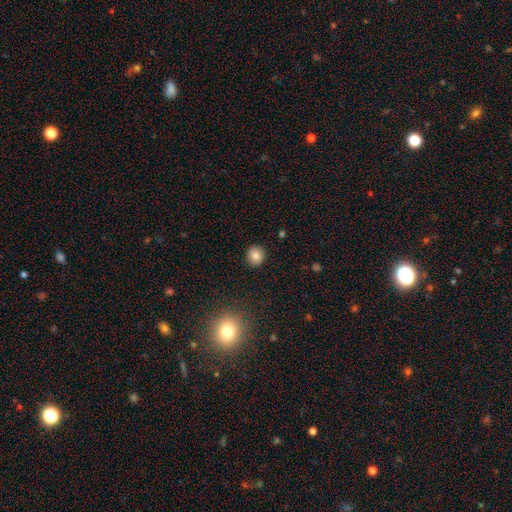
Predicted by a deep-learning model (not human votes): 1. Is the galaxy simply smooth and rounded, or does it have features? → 83% smooth, 11% star or artifact, 6% featured or disk.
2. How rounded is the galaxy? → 88% round, 11% in between, 1% cigar-shaped.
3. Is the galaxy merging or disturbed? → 91% none, 6% minor disturbance, 2% major disturbance, 1% merger.